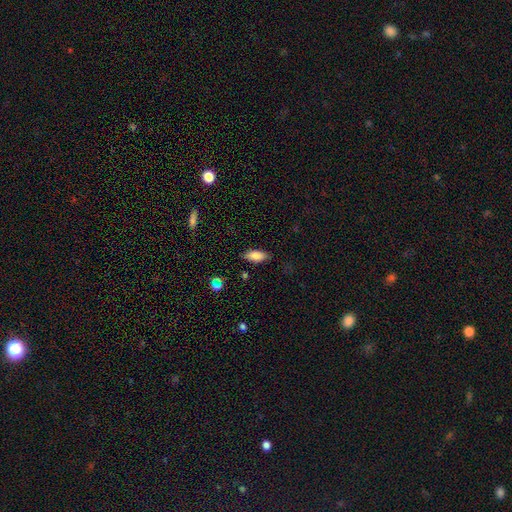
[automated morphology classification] A smooth galaxy with no disk features (84%) that is in between round and cigar-shaped (85%).

Vote fractions:
- Smooth or featured? smooth: 84% / featured or disk: 8% / star or artifact: 8%
- How rounded? in between: 85% / cigar-shaped: 13% / round: 2%
- Merging? none: 82% / minor disturbance: 13% / major disturbance: 3% / merger: 1%